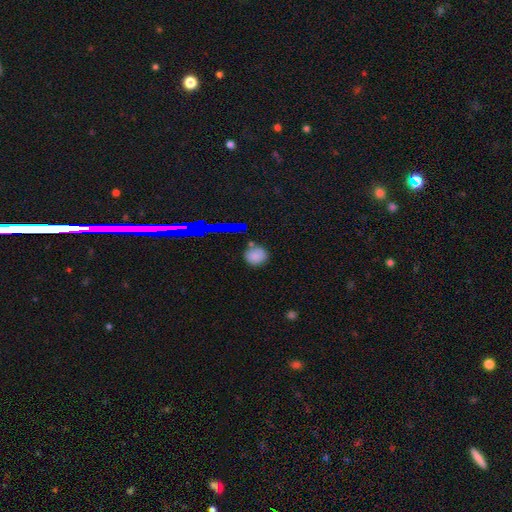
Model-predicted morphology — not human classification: This is likely a smooth galaxy (77%). How rounded: likely round (77%). Merging: likely none (75%).